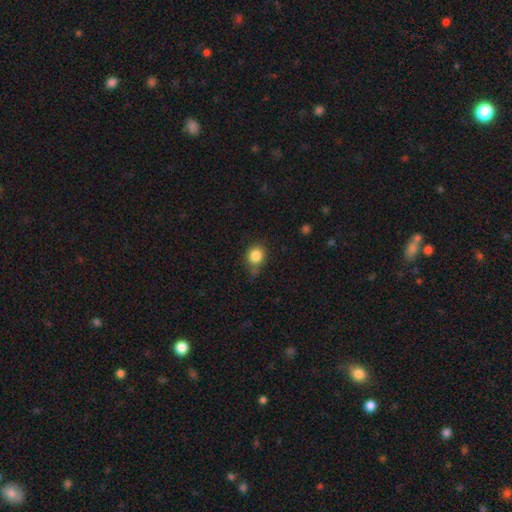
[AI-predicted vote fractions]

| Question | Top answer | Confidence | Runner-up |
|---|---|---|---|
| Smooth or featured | smooth | 84% | star or artifact (10%) |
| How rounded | round | 77% | in between (22%) |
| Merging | none | 66% | minor disturbance (23%) |